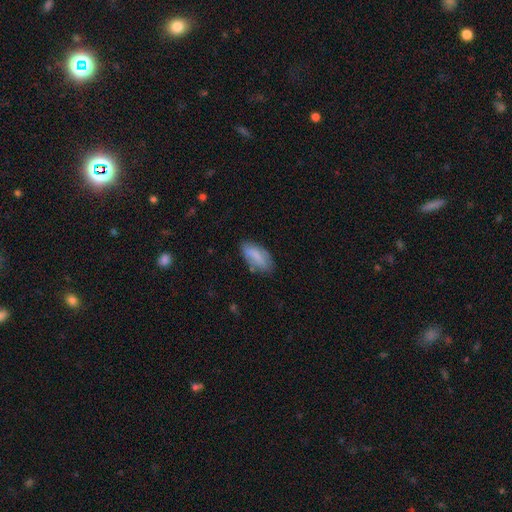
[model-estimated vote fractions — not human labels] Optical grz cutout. It shows a smooth galaxy with no disk features (75%) that is in between round and cigar-shaped (86%). Merging: none (70%).